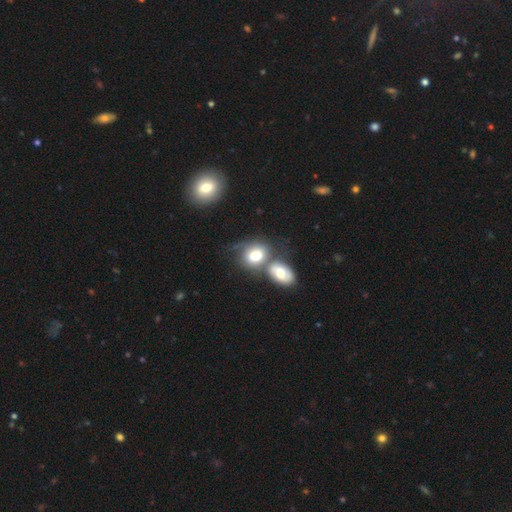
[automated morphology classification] smooth-or-featured: smooth: 69% | featured or disk: 23% | star or artifact: 8%
  how-rounded: in between: 58% | round: 41% | cigar-shaped: 1%
  merging: merger: 49% | none: 29% | minor disturbance: 13% | major disturbance: 9%